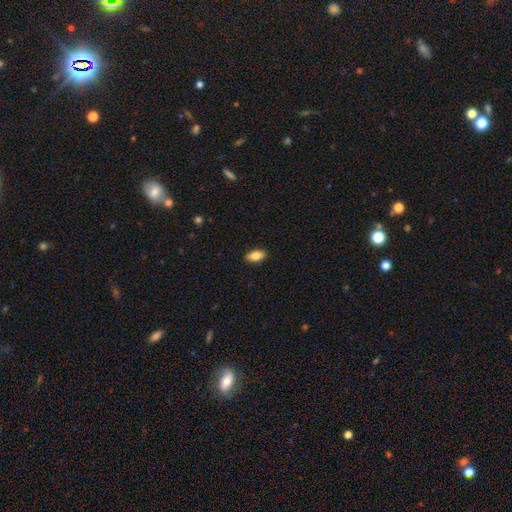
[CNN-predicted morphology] Smooth or featured? Predicted: smooth (p=0.82). How rounded? Predicted: in between (p=0.89). Merging? Predicted: none (p=0.89).